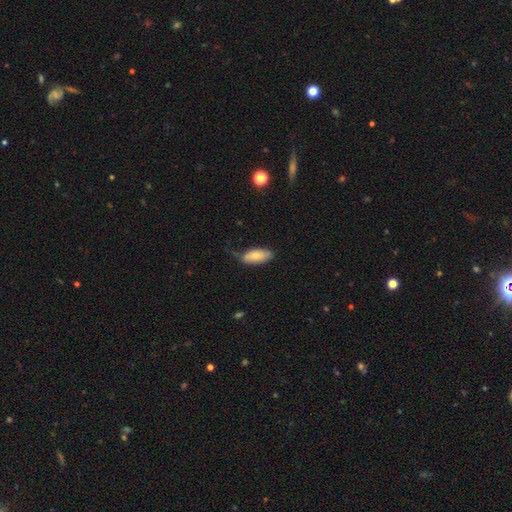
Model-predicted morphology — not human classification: smooth 77%, featured or disk 17%, star or artifact 6%. Down the decision tree: how rounded — in between (87%); merging — none (60%).